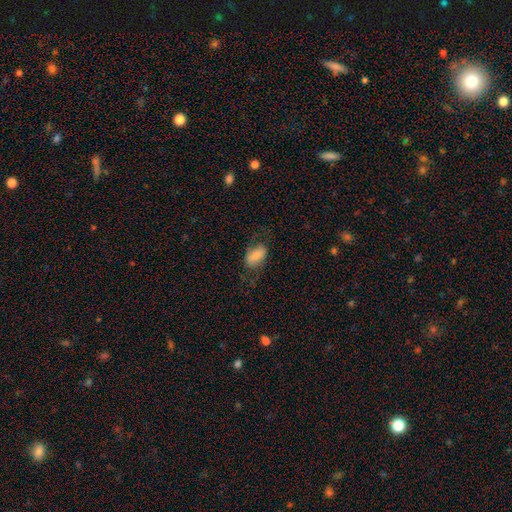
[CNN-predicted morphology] Smooth or featured? Predicted: smooth (p=0.71). How rounded? Predicted: in between (p=0.92). Merging? Predicted: none (p=0.61).